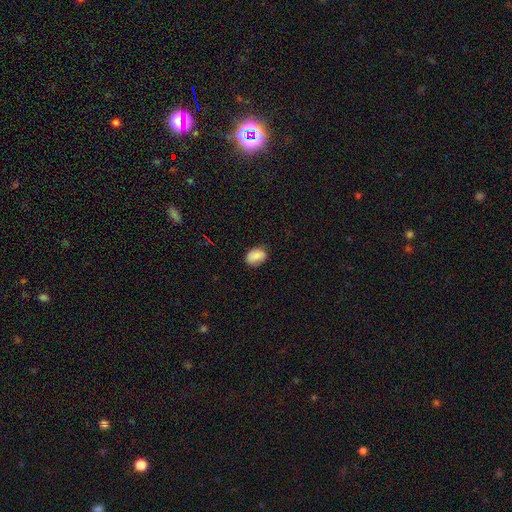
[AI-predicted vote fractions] Smooth or featured? Predicted: smooth (p=0.87). How rounded? Predicted: in between (p=0.80). Merging? Predicted: none (p=0.81).